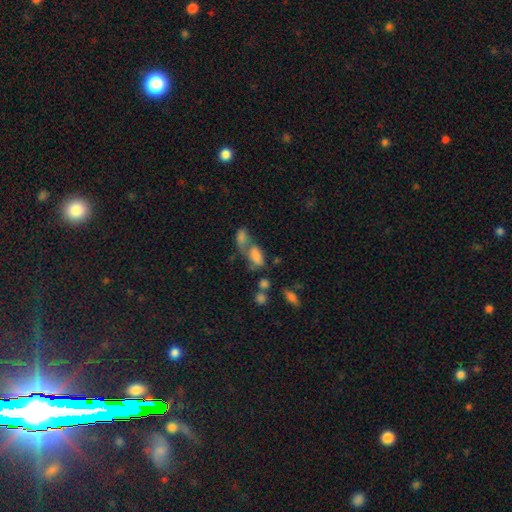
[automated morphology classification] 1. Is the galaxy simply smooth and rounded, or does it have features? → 75% smooth, 13% featured or disk, 12% star or artifact.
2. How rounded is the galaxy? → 88% in between, 6% cigar-shaped, 6% round.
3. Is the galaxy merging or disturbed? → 57% merger, 24% none, 10% minor disturbance, 9% major disturbance.